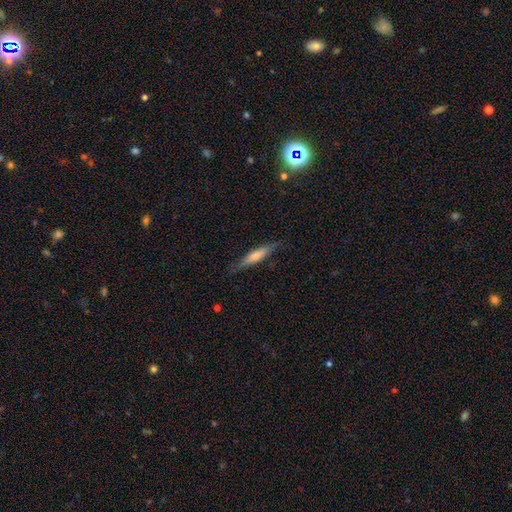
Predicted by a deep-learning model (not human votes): Q: Smooth or featured?
A: featured or disk (47%); runner-up: smooth (44%)
Q: Merging?
A: none (83%); runner-up: minor disturbance (13%)